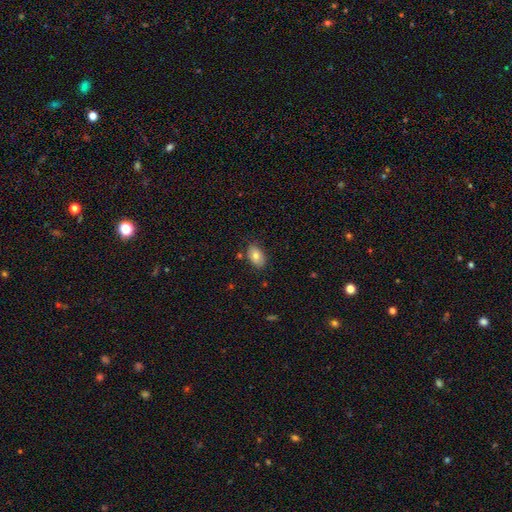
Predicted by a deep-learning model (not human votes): Morphology: type=smooth (77%); roundness=in between (89%); merging=none (79%).